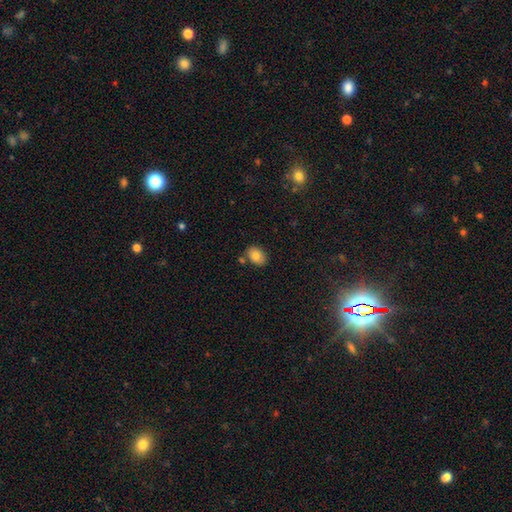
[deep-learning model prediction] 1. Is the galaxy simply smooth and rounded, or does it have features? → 82% smooth, 10% featured or disk, 9% star or artifact.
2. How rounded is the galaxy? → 77% in between, 22% round, 1% cigar-shaped.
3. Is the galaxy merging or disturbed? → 78% none, 12% minor disturbance, 8% merger, 3% major disturbance.